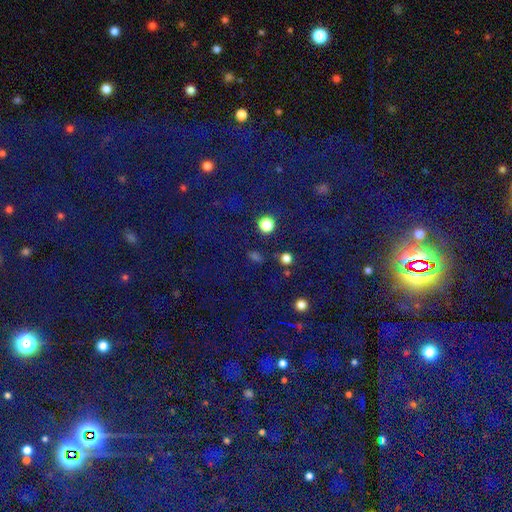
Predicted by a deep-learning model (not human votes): A star or artifact, not a galaxy (79%).

Vote fractions:
- Smooth or featured? star or artifact: 79% / smooth: 13% / featured or disk: 8%